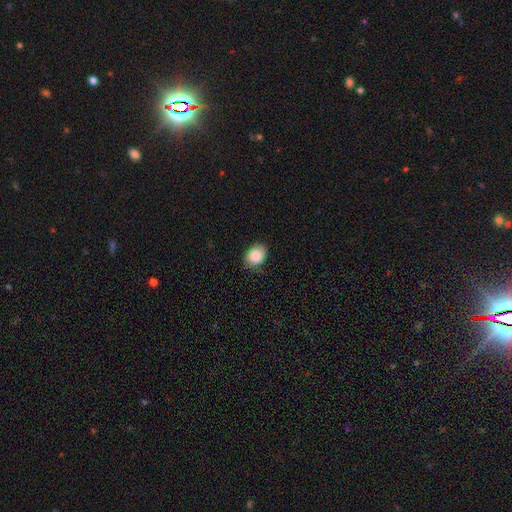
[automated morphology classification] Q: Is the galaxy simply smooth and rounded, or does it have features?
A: smooth — 85%.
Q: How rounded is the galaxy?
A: in between — 59%.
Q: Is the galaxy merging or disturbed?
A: none — 79%.